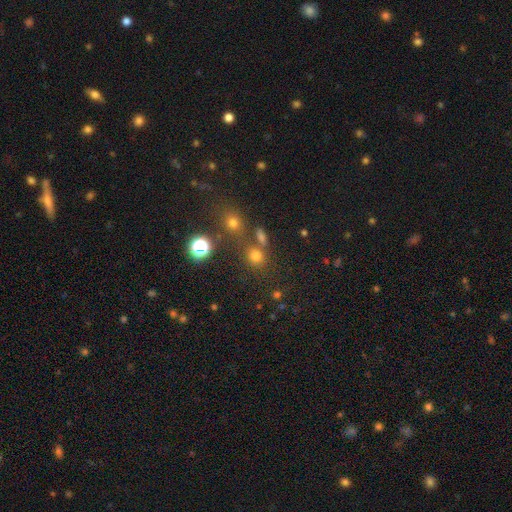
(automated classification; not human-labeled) Q: Smooth or featured?
A: smooth (69%); runner-up: star or artifact (24%)
Q: How rounded?
A: round (81%); runner-up: in between (18%)
Q: Merging?
A: none (68%); runner-up: merger (18%)